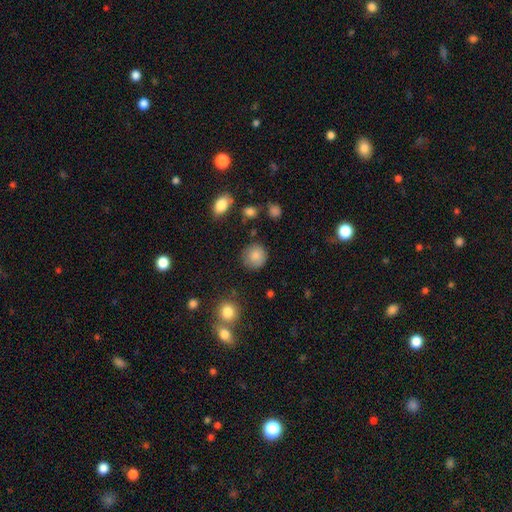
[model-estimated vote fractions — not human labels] Morphology: type=smooth (84%); roundness=round (91%); merging=none (83%).